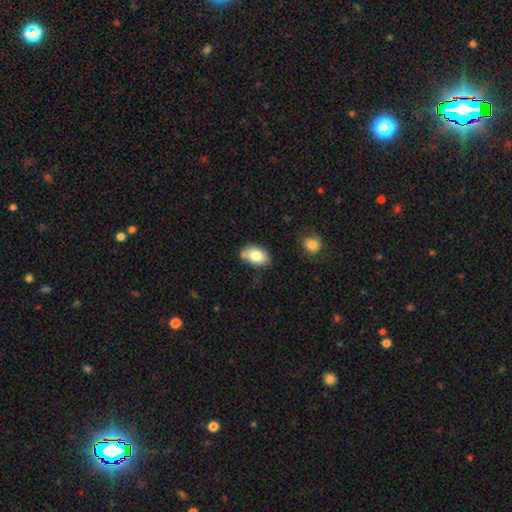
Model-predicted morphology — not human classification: Smooth or featured: smooth — 80% (featured or disk — 12%)
How rounded: in between — 89% (round — 10%)
Merging: none — 68% (minor disturbance — 21%)